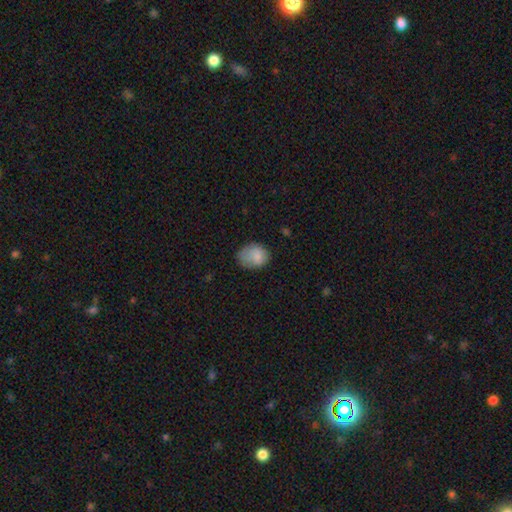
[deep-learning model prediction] Smooth or featured?
  - smooth: 82% *
  - featured or disk: 10%
  - star or artifact: 8%
How rounded?
  - in between: 55% *
  - round: 44%
  - cigar-shaped: 1%
Merging?
  - none: 56% *
  - minor disturbance: 32%
  - major disturbance: 11%
  - merger: 2%